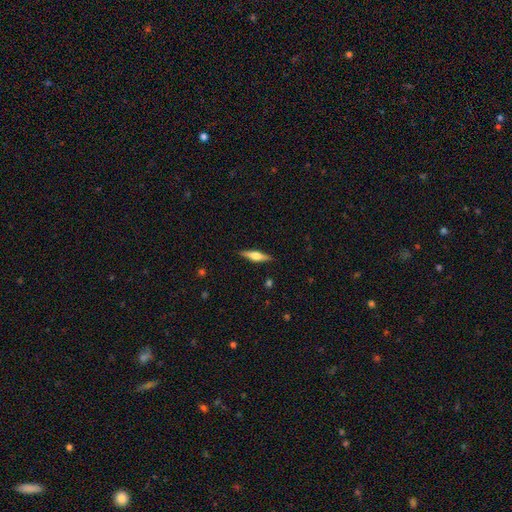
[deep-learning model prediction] smooth_or_featured: featured or disk (p=0.58) [alt: smooth p=0.36]
disk_edge_on: yes (p=0.96) [alt: no p=0.04]
edge_on_bulge: rounded (p=0.91) [alt: boxy p=0.06]
merging: none (p=0.90) [alt: minor disturbance p=0.08]